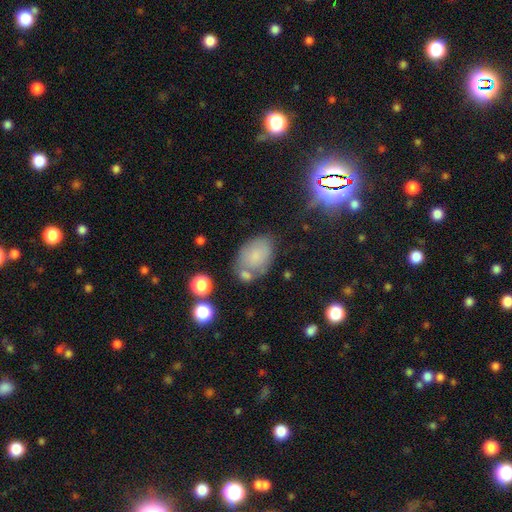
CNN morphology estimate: smooth 70%, featured or disk 17%, star or artifact 13%. Down the decision tree: how rounded — in between (85%); merging — none (56%).